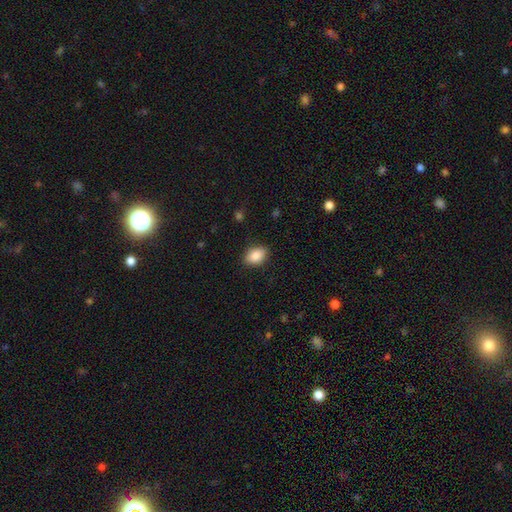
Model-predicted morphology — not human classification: Q: Smooth or featured?
A: smooth (88%); runner-up: star or artifact (8%)
Q: How rounded?
A: in between (82%); runner-up: round (17%)
Q: Merging?
A: none (87%); runner-up: minor disturbance (10%)